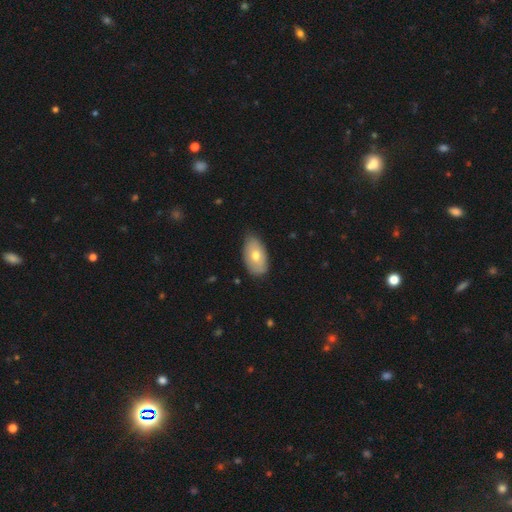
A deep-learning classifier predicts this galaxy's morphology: This appears to be a smooth galaxy with no disk features (68%) that is in between round and cigar-shaped (93%). Merging: none (74%).